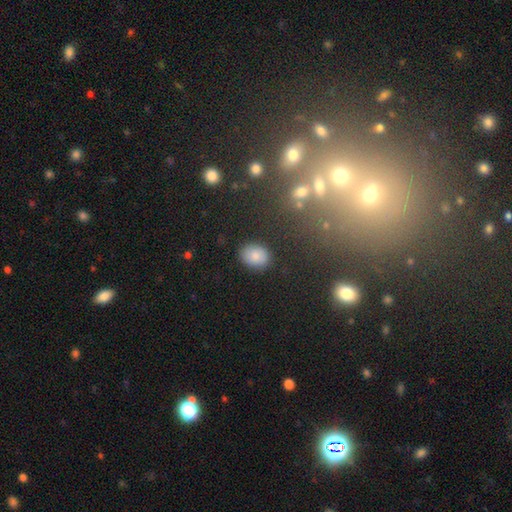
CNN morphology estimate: This is clearly a smooth galaxy (82%). How rounded: likely in between (65%). Merging: clearly none (85%).